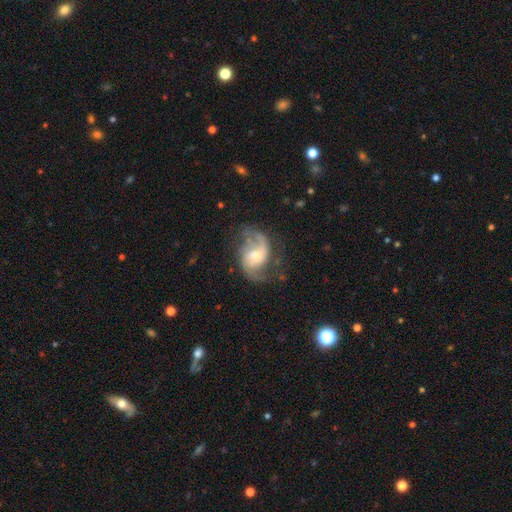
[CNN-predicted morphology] This is clearly a featured or disk galaxy (87%). It is clearly not viewed edge-on (98%). Bar: possibly weak (47%). Spiral arm pattern: clearly yes (96%). Spiral arm count: clearly 2 (86%). Spiral winding: possibly medium (49%). Central bulge: possibly moderate (49%). Merging: likely none (66%).